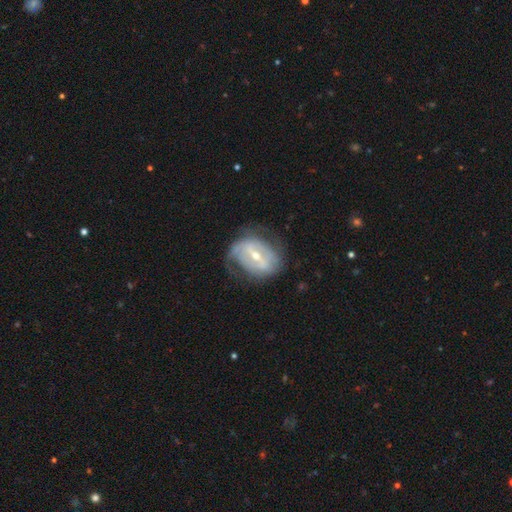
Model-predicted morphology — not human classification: type=featured or disk (78%); edge-on=no (94%); bar=strong (53%); spiral arms=yes (71%); winding=tight (38%); arm count=2 (54%); bulge=small (50%); merging=none (56%).